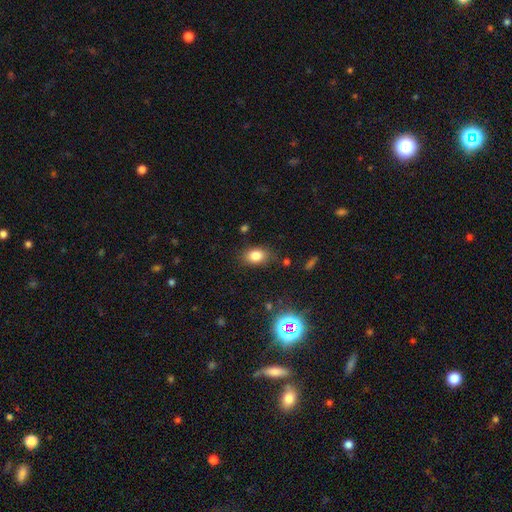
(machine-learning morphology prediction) smooth 80%, star or artifact 12%, featured or disk 8%. Down the decision tree: how rounded — in between (79%); merging — none (80%).